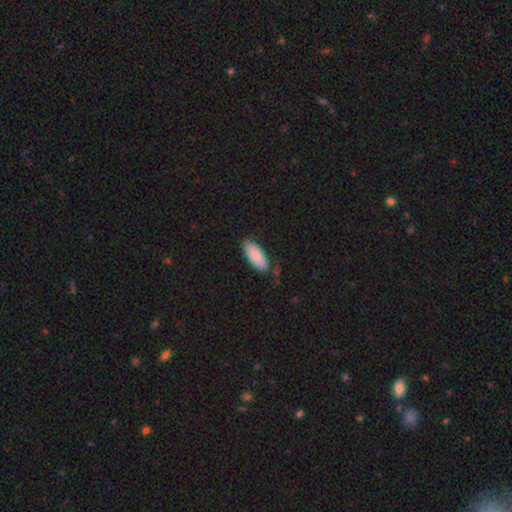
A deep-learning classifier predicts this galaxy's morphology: Q: Smooth or featured?
A: smooth (87%); runner-up: featured or disk (8%)
Q: How rounded?
A: in between (77%); runner-up: cigar-shaped (21%)
Q: Merging?
A: none (77%); runner-up: minor disturbance (17%)